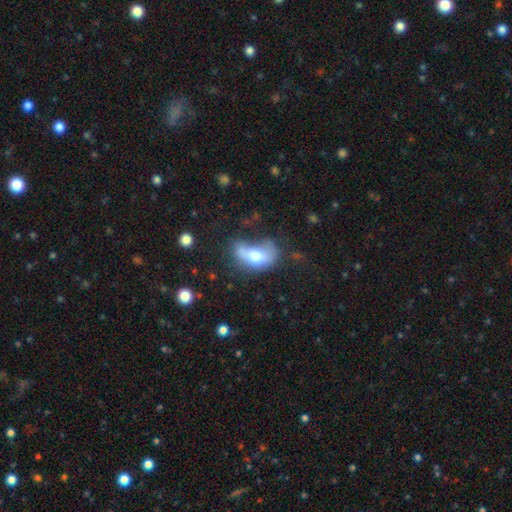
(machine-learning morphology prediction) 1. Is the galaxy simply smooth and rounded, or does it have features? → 63% smooth, 27% featured or disk, 9% star or artifact.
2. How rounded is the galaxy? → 84% in between, 13% round, 3% cigar-shaped.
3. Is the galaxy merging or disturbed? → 32% major disturbance, 24% minor disturbance, 23% none, 21% merger.